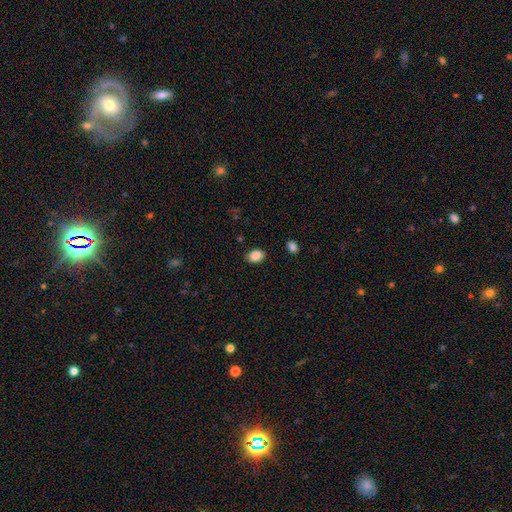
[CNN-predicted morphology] Smooth or featured?
  - smooth: 89% *
  - star or artifact: 8%
  - featured or disk: 3%
How rounded?
  - in between: 79% *
  - round: 20%
  - cigar-shaped: 1%
Merging?
  - none: 85% *
  - minor disturbance: 11%
  - major disturbance: 3%
  - merger: 1%